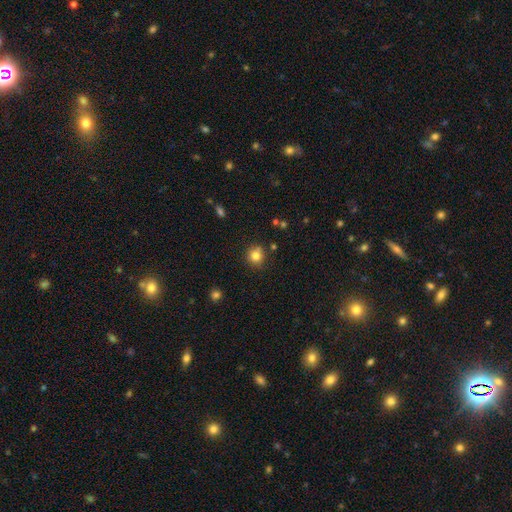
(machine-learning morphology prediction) Smooth or featured: smooth — 81% (star or artifact — 12%)
How rounded: round — 89% (in between — 10%)
Merging: none — 80% (minor disturbance — 12%)